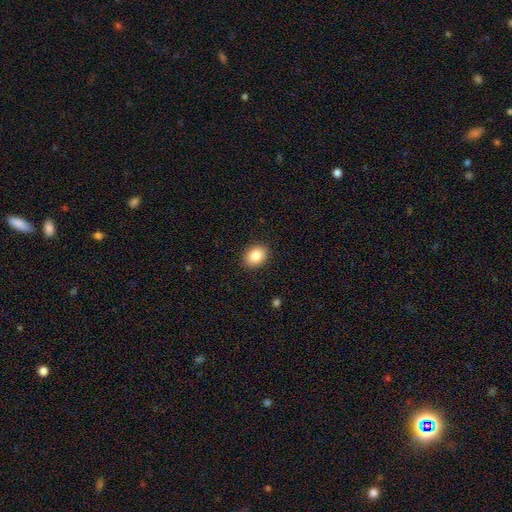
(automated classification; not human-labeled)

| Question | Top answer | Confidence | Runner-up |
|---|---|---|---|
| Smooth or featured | smooth | 85% | star or artifact (8%) |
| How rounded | in between | 63% | round (36%) |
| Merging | none | 90% | minor disturbance (7%) |